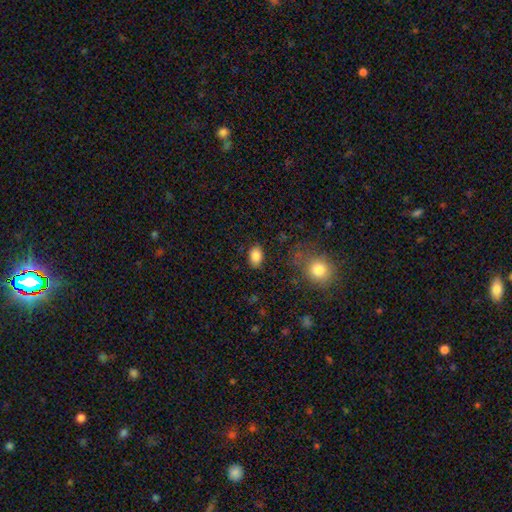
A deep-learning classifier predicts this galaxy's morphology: Overall: smooth (86%). How rounded: in between (85%). Merging: none (83%).